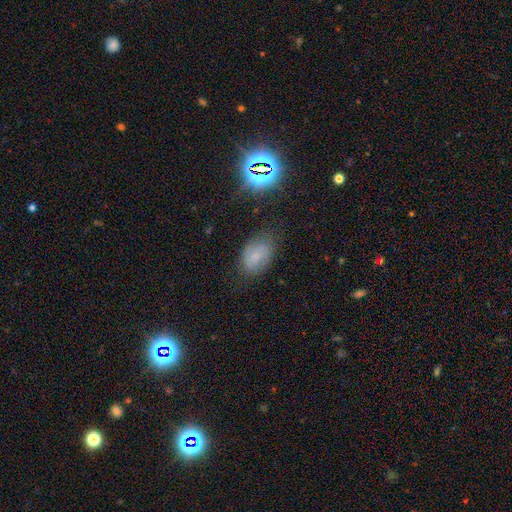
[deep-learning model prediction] This appears to be a smooth galaxy with no disk features (62%) that is in between round and cigar-shaped (85%). Merging: none (69%).